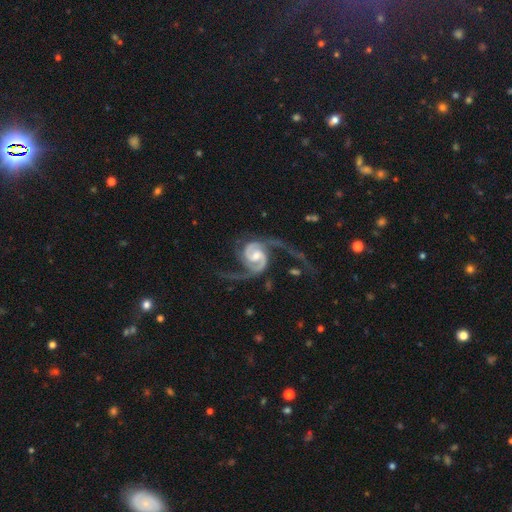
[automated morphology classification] Smooth or featured? featured or disk (94%)
Edge-on disk? no (98%)
Bar? weak (47%)
Spiral arms? yes (98%)
Spiral winding? medium (45%)
Spiral arm count? 2 (92%)
Bulge size? moderate (58%)
Merging? none (54%)